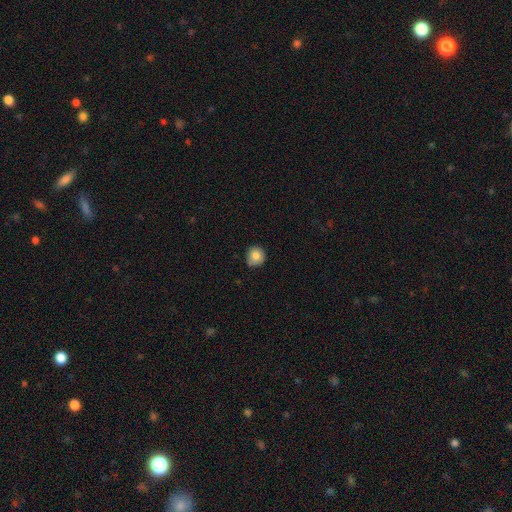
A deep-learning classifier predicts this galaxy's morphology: smooth-or-featured: smooth: 80% | featured or disk: 11% | star or artifact: 9%
  how-rounded: round: 90% | in between: 10% | cigar-shaped: 1%
  merging: none: 78% | minor disturbance: 18% | major disturbance: 3% | merger: 1%